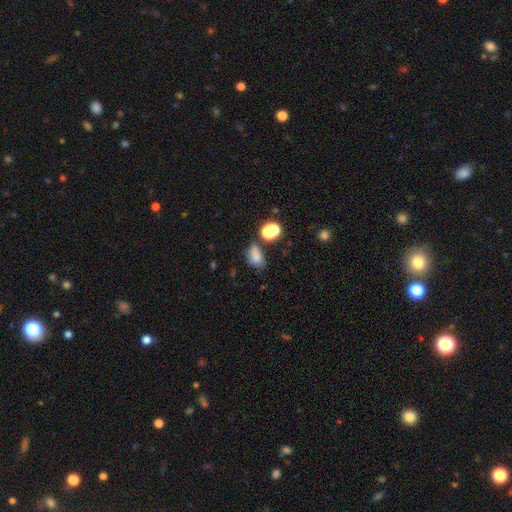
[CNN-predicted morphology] Q: Smooth or featured?
A: smooth (76%); runner-up: star or artifact (14%)
Q: How rounded?
A: in between (79%); runner-up: round (19%)
Q: Merging?
A: none (48%); runner-up: minor disturbance (25%)